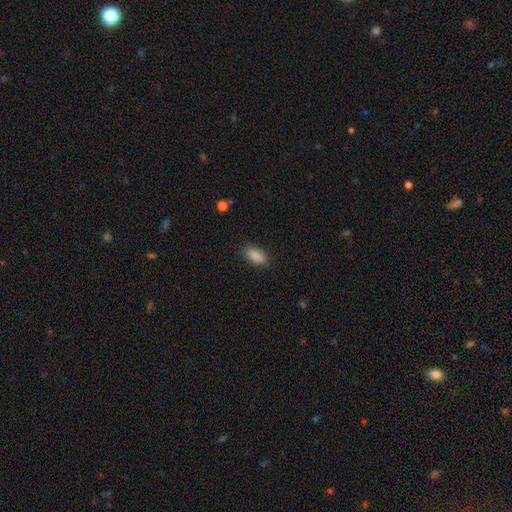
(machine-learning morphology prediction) Smooth or featured? Predicted: smooth (p=0.89). How rounded? Predicted: in between (p=0.90). Merging? Predicted: none (p=0.87).